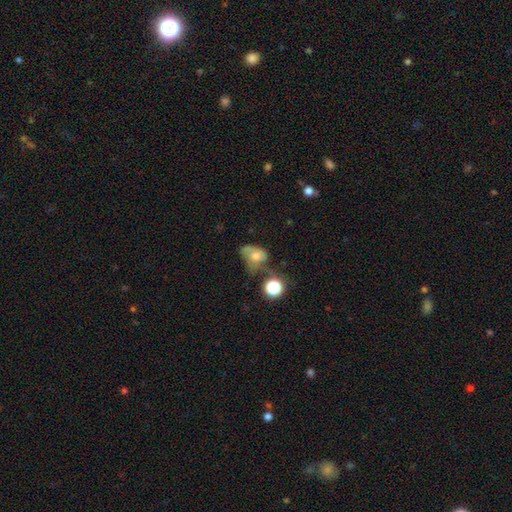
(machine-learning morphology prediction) Smooth or featured? smooth (56%)
How rounded? in between (61%)
Merging? major disturbance (35%)